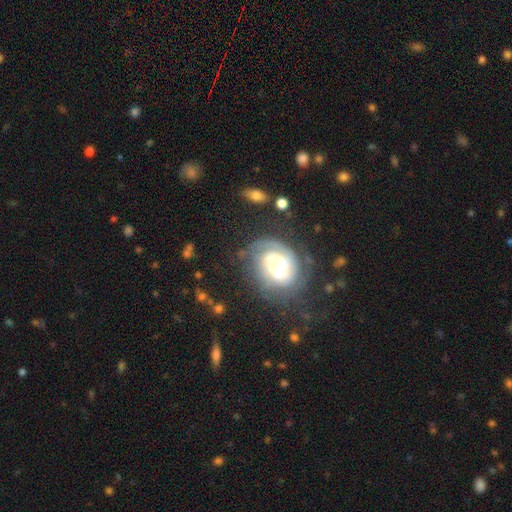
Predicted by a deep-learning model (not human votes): Overall: featured or disk (63%). Edge-on disk: no (96%). Bar: no (56%; weak 32%). Spiral arms: yes (83%). Spiral arm count: 2 (42%; can't tell 31%). Spiral winding: tight (57%; medium 31%). Bulge size: moderate (41%; large 38%). Merging: none (67%).